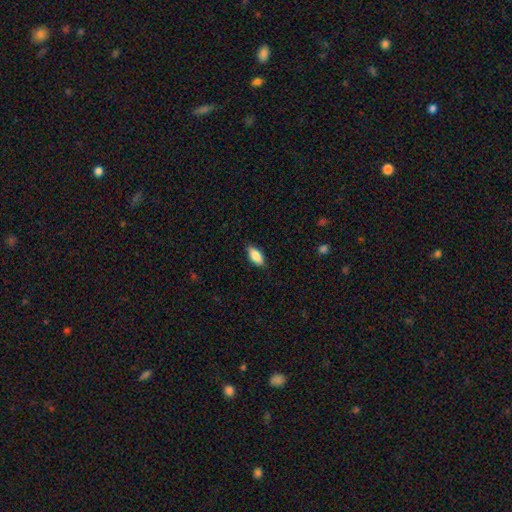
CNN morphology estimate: This is clearly a smooth galaxy (83%). How rounded: clearly in between (84%). Merging: clearly none (86%).